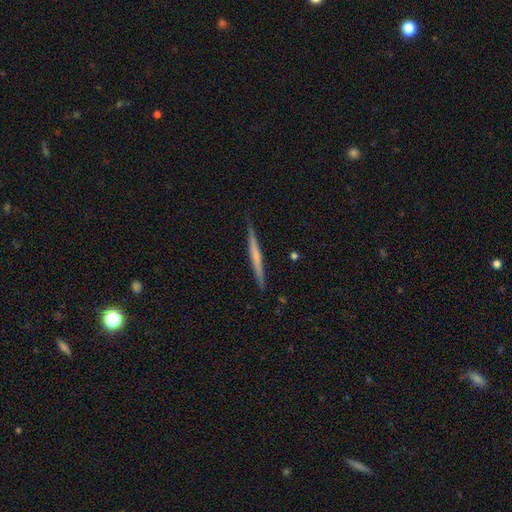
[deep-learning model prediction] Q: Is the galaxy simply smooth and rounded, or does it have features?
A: featured or disk — 53%.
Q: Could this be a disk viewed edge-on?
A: yes — 97%.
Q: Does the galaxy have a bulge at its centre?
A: none — 74%.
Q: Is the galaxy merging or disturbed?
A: none — 88%.